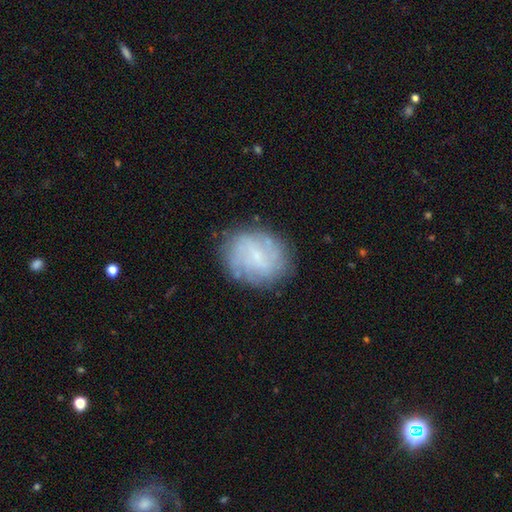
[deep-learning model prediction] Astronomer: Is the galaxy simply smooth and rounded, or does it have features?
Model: featured or disk — 57% (runner-up: smooth, 34%).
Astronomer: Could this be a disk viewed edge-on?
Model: no — 97%.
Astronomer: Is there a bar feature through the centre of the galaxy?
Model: weak — 49% (runner-up: no, 40%).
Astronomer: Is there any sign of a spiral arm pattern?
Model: yes — 75%.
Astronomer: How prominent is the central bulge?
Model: small — 66%.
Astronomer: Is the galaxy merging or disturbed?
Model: none — 78%.